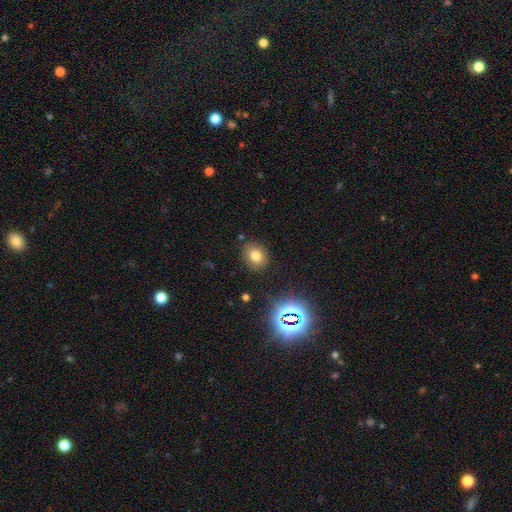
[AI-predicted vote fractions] Smooth or featured? Predicted: smooth (p=0.74). How rounded? Predicted: round (p=0.62). Merging? Predicted: none (p=0.85).